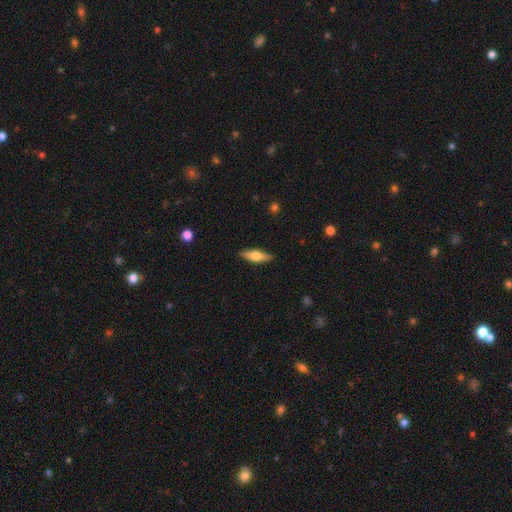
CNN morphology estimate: A smooth galaxy with no disk features (55%) that is cigar-shaped (54%). Merging: none (89%).